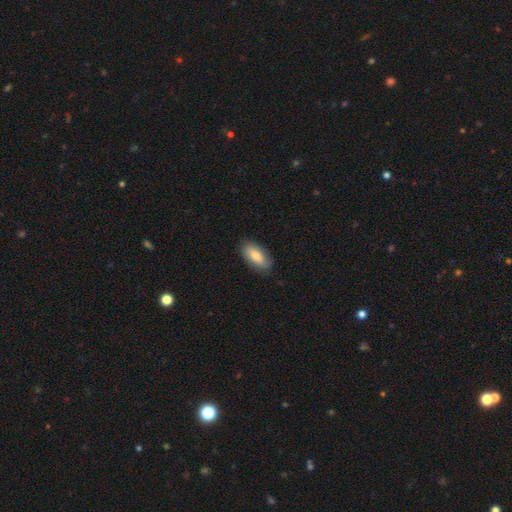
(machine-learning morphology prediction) Smooth or featured: smooth — 75% (featured or disk — 19%)
How rounded: in between — 88% (cigar-shaped — 10%)
Merging: none — 82% (minor disturbance — 14%)